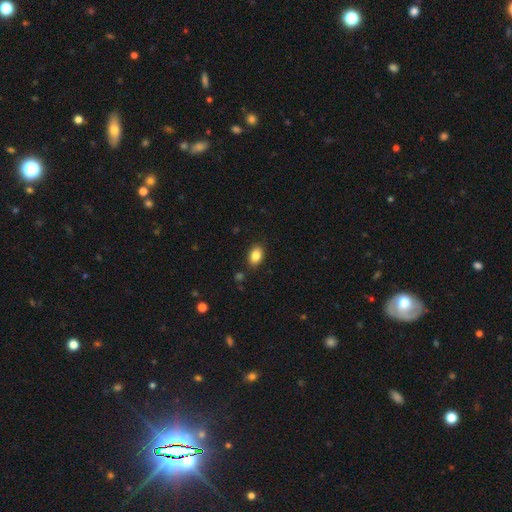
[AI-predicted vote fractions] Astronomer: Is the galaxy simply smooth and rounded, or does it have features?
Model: smooth — 85%.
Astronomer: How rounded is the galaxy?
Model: in between — 84%.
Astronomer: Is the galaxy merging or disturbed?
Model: none — 86%.